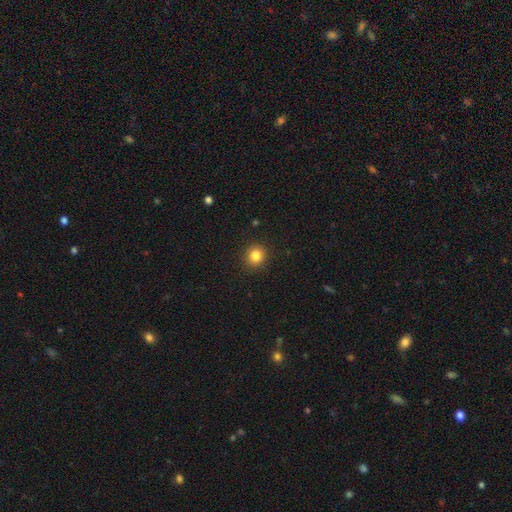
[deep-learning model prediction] Overall: smooth (84%). How rounded: round (90%). Merging: none (91%).